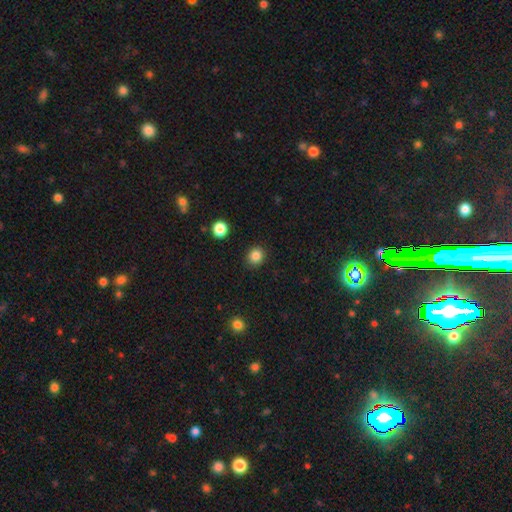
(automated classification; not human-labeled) The model was most divided on "how rounded": round: 81%, in between: 18%, cigar-shaped: 1%. More confident: merging — none (90%); smooth or featured — smooth (85%).